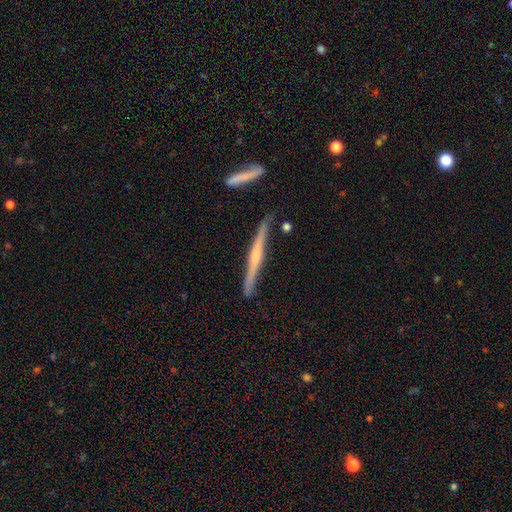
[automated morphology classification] Smooth or featured: featured or disk — 73% (smooth — 22%)
Edge-on disk: yes — 98% (no — 2%)
Edge-on bulge: rounded — 54% (none — 30%)
Merging: none — 85% (minor disturbance — 11%)